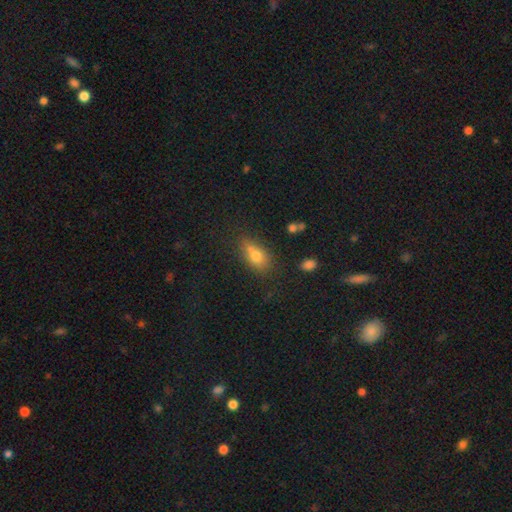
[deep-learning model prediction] Overall: smooth (72%). How rounded: in between (74%). Merging: none (47%; merger 26%).